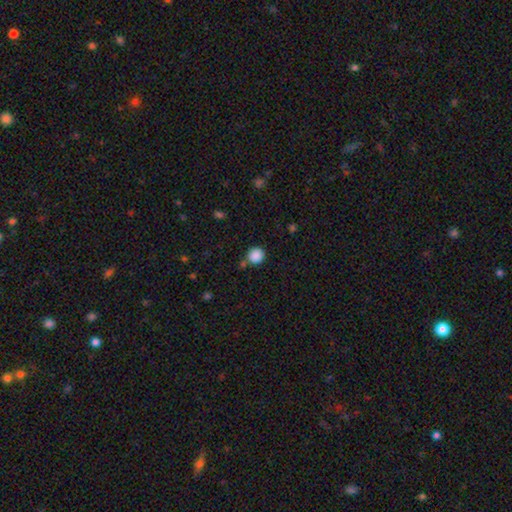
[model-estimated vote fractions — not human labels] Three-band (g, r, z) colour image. It shows a smooth galaxy with no disk features (88%) that is round (91%). Merging: none (79%).